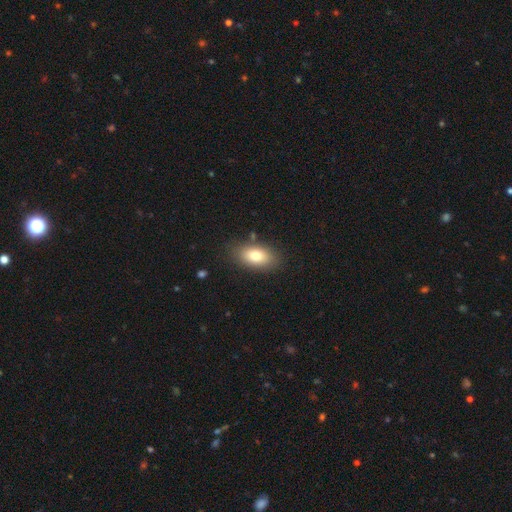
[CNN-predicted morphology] Overall: smooth (80%). How rounded: in between (91%). Merging: none (83%).